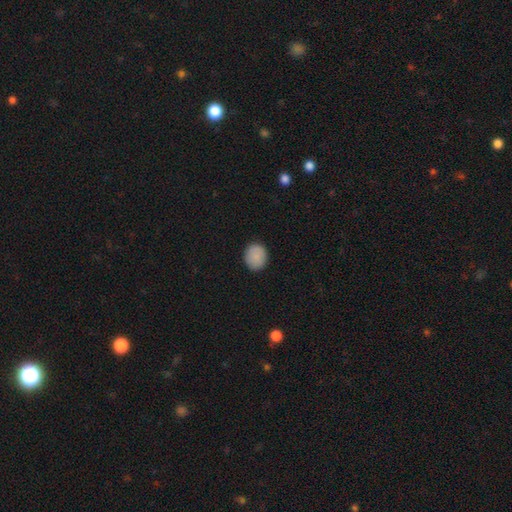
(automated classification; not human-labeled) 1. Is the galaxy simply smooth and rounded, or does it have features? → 88% smooth, 8% star or artifact, 4% featured or disk.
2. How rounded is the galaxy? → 67% round, 32% in between, 1% cigar-shaped.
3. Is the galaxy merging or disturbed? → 89% none, 8% minor disturbance, 2% major disturbance, 1% merger.